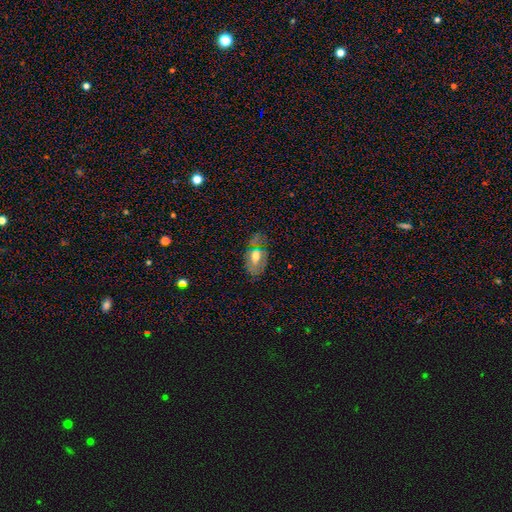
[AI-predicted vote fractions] smooth-or-featured: smooth: 48% | featured or disk: 42% | star or artifact: 10%
  merging: none: 48% | minor disturbance: 27% | major disturbance: 17% | merger: 8%